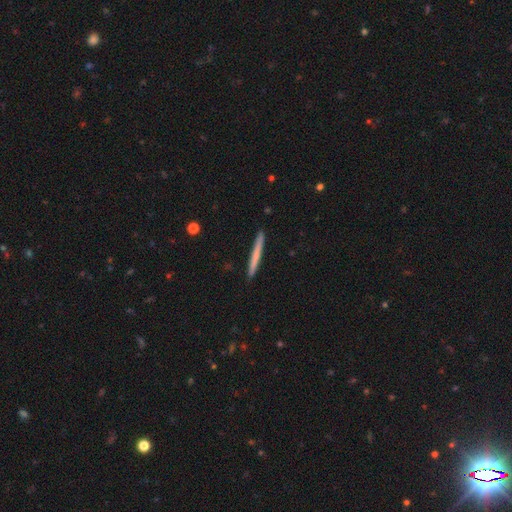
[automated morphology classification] This appears to be a smooth galaxy with no disk features (61%) that is cigar-shaped (97%). Merging: none (92%).